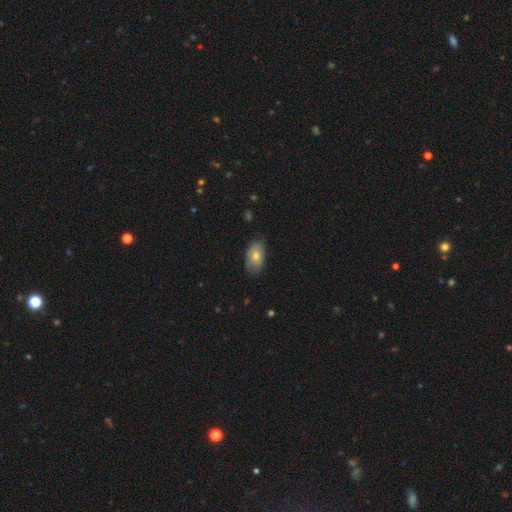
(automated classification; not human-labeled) smooth_or_featured: smooth (p=0.69) [alt: featured or disk p=0.24]
how_rounded: in between (p=0.92) [alt: round p=0.06]
merging: none (p=0.79) [alt: minor disturbance p=0.17]